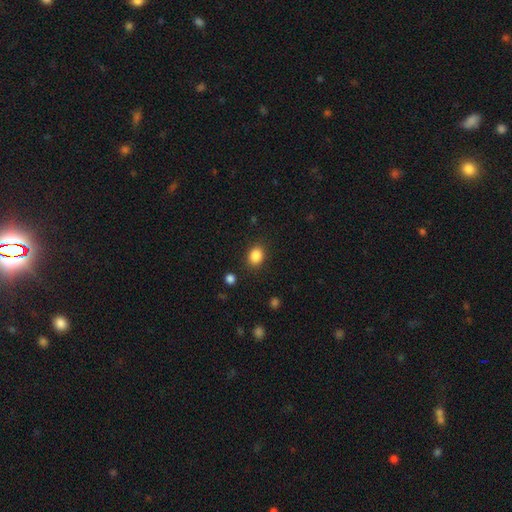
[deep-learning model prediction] Q: Smooth or featured?
A: smooth (86%); runner-up: star or artifact (10%)
Q: How rounded?
A: in between (56%); runner-up: round (43%)
Q: Merging?
A: none (86%); runner-up: minor disturbance (9%)